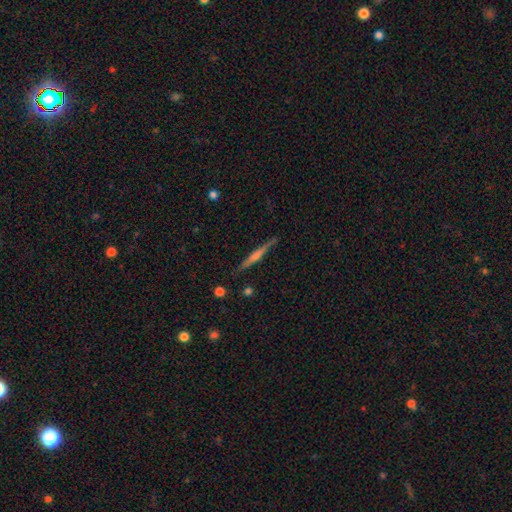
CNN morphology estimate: Smooth or featured: featured or disk — 76% (smooth — 17%)
Edge-on disk: yes — 98% (no — 2%)
Edge-on bulge: rounded — 69% (none — 17%)
Merging: none — 90% (minor disturbance — 7%)